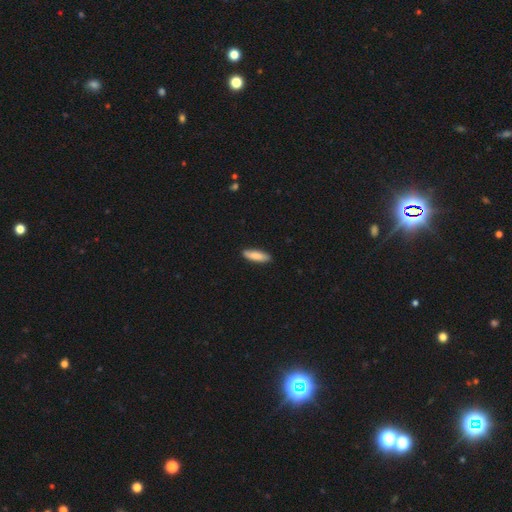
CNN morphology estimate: Q: Smooth or featured?
A: smooth (84%); runner-up: featured or disk (11%)
Q: How rounded?
A: cigar-shaped (56%); runner-up: in between (42%)
Q: Merging?
A: none (87%); runner-up: minor disturbance (10%)